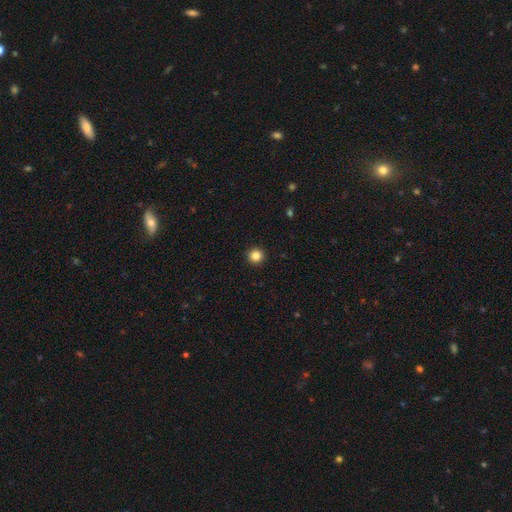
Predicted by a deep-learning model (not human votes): A smooth galaxy with no disk features (85%) that is round (96%). Merging: none (94%).